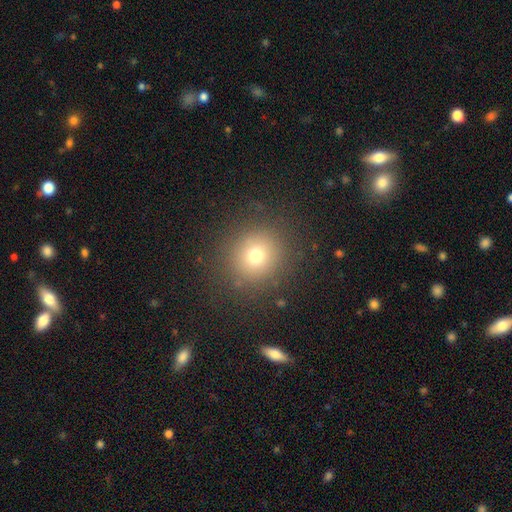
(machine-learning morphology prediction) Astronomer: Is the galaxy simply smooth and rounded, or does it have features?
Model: smooth — 73%.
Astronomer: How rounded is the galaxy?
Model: round — 89%.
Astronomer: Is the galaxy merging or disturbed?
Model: none — 87%.